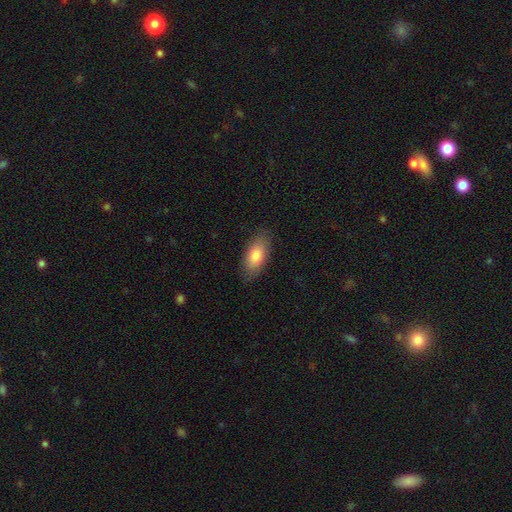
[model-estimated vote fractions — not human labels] Smooth or featured? smooth (81%)
How rounded? in between (87%)
Merging? none (85%)